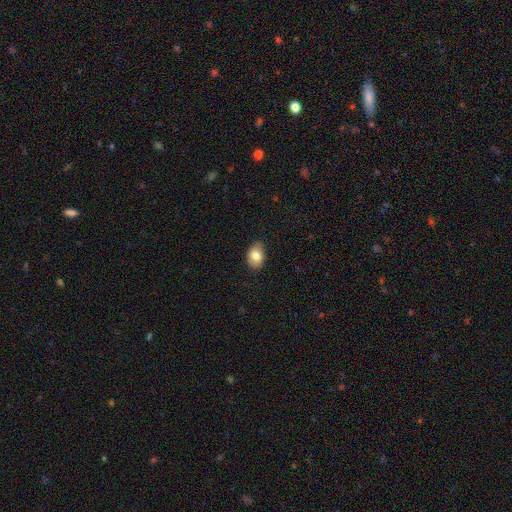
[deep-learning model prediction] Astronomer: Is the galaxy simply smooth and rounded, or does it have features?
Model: smooth — 82%.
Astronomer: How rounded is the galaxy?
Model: in between — 85%.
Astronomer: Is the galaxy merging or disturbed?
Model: none — 86%.